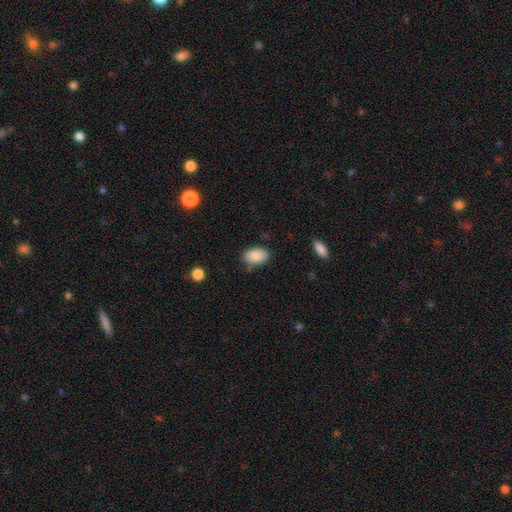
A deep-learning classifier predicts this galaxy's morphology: This is clearly a smooth galaxy (84%). How rounded: clearly in between (90%). Merging: likely none (77%).